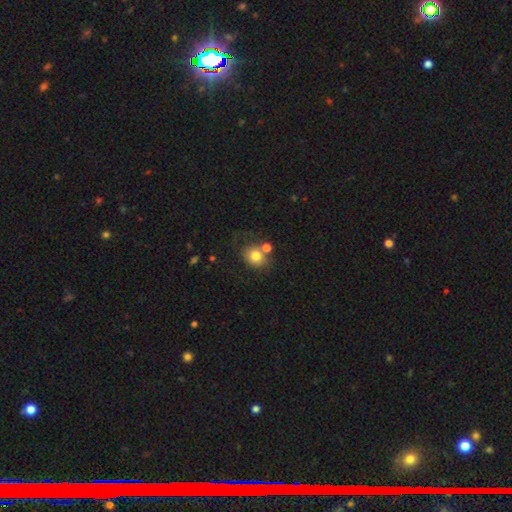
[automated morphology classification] Smooth or featured? Predicted: smooth (p=0.78). How rounded? Predicted: round (p=0.70). Merging? Predicted: none (p=0.53).